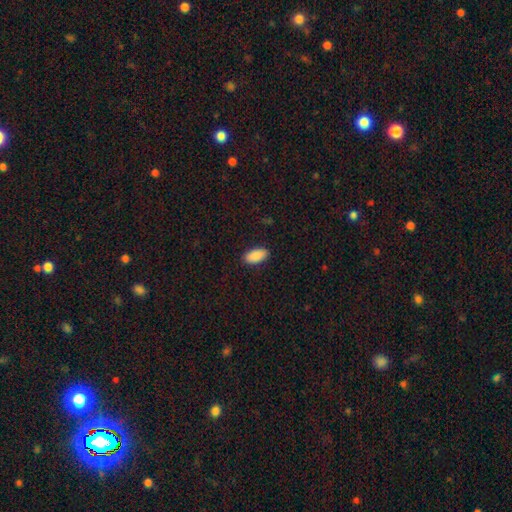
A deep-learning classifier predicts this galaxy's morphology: Smooth or featured: smooth — 90% (star or artifact — 6%)
How rounded: in between — 93% (cigar-shaped — 5%)
Merging: none — 89% (minor disturbance — 8%)